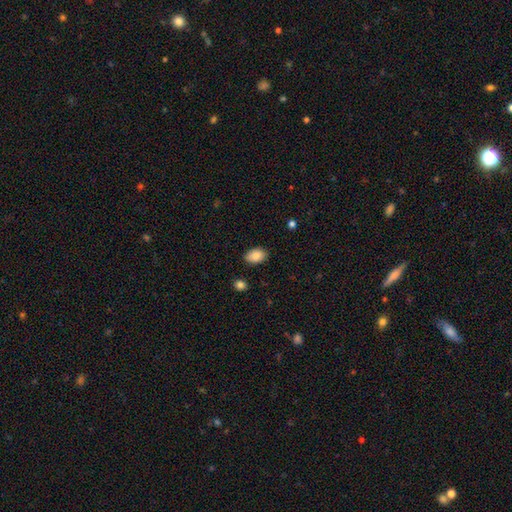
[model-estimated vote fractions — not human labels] Smooth or featured? Predicted: smooth (p=0.88). How rounded? Predicted: in between (p=0.87). Merging? Predicted: none (p=0.86).